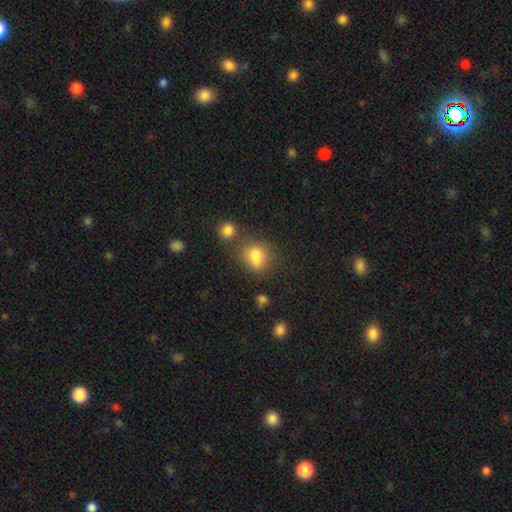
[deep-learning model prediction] Smooth or featured?
  - smooth: 78% *
  - star or artifact: 13%
  - featured or disk: 9%
How rounded?
  - round: 56% *
  - in between: 43%
  - cigar-shaped: 2%
Merging?
  - none: 53% *
  - minor disturbance: 20%
  - merger: 18%
  - major disturbance: 9%